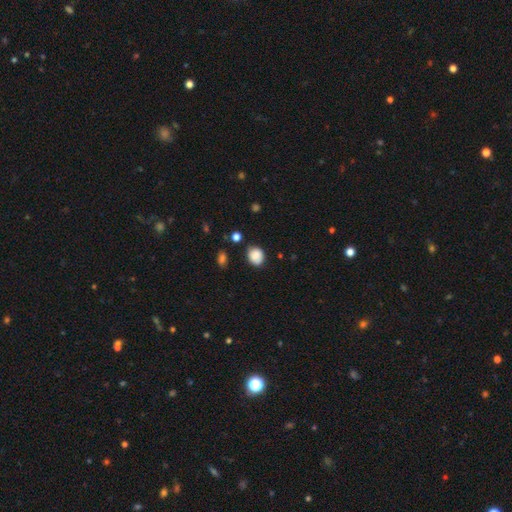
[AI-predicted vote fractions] Smooth or featured? Predicted: smooth (p=0.85). How rounded? Predicted: round (p=0.59). Merging? Predicted: none (p=0.72).